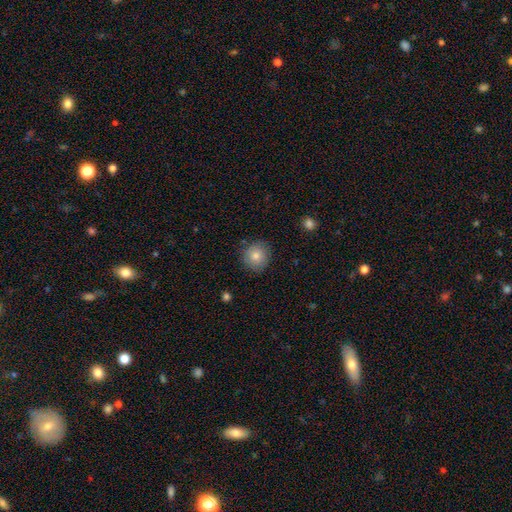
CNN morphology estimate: type=smooth (80%); roundness=round (91%); merging=none (86%).